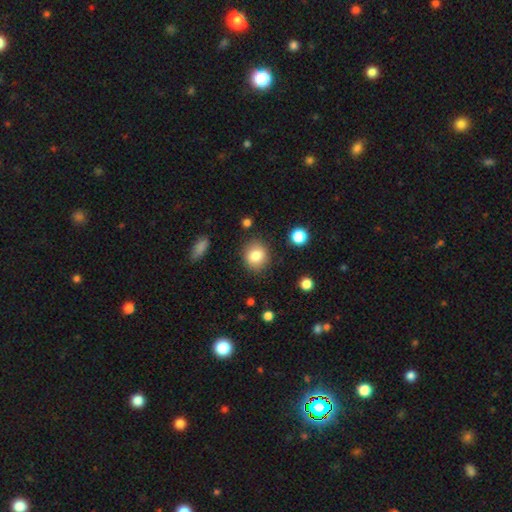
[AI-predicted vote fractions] smooth 84%, star or artifact 9%, featured or disk 7%. Down the decision tree: how rounded — round (73%); merging — none (83%).